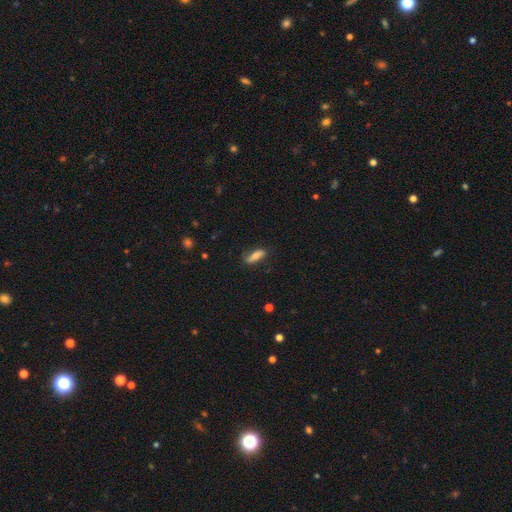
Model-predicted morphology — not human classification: Smooth or featured? Predicted: smooth (p=0.67). How rounded? Predicted: in between (p=0.52). Merging? Predicted: none (p=0.74).